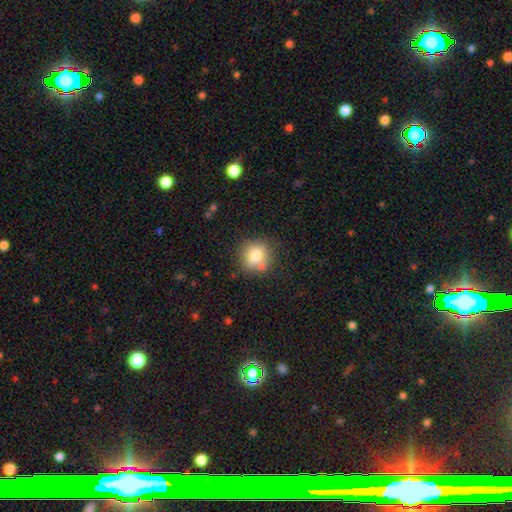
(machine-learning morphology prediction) Overall: smooth (77%). How rounded: round (80%). Merging: none (71%).